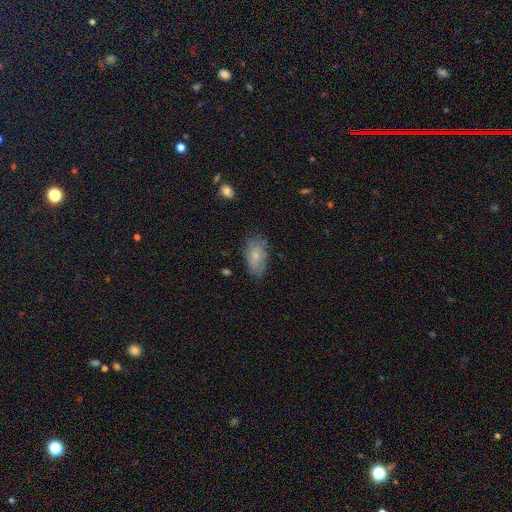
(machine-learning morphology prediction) The model was most divided on "smooth or featured": smooth: 67%, featured or disk: 25%, star or artifact: 8%. More confident: how rounded — in between (92%); merging — none (68%).